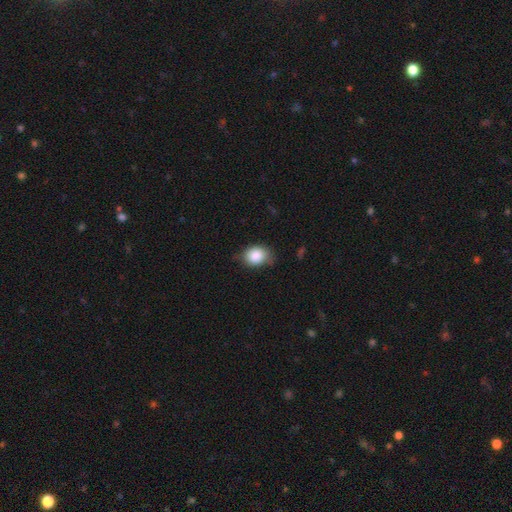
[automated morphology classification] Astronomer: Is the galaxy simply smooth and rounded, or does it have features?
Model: smooth — 85%.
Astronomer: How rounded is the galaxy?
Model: in between — 55% (runner-up: round, 44%).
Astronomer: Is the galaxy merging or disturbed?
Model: none — 65%.